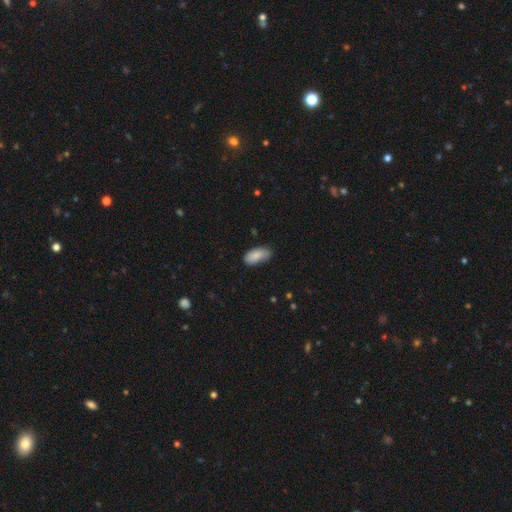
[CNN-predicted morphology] A smooth galaxy with no disk features (85%) that is in between round and cigar-shaped (91%). Merging: none (62%).